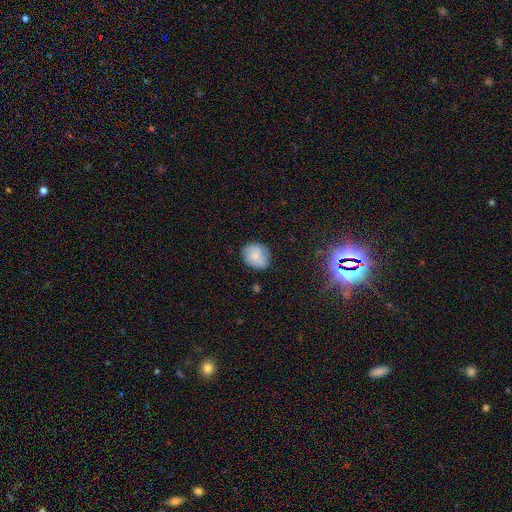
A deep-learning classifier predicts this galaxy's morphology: Smooth or featured? smooth (75%)
How rounded? round (62%)
Merging? none (79%)